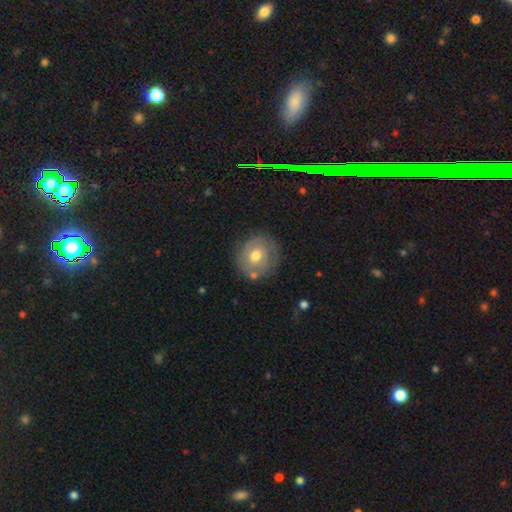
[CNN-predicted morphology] Smooth or featured? smooth (56%)
How rounded? round (84%)
Merging? none (75%)